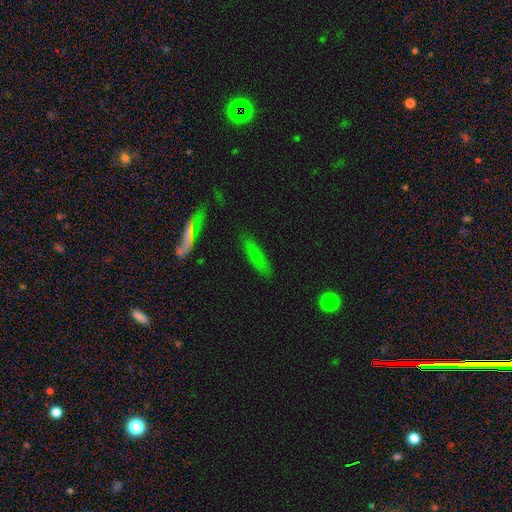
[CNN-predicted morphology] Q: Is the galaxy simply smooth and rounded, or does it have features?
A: smooth — 66%.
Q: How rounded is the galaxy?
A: cigar-shaped — 80%.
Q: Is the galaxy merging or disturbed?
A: none — 78%.